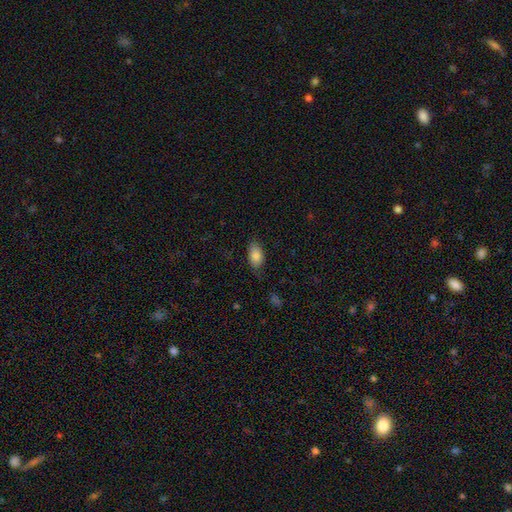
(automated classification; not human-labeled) Smooth or featured? Predicted: smooth (p=0.84). How rounded? Predicted: in between (p=0.92). Merging? Predicted: none (p=0.72).